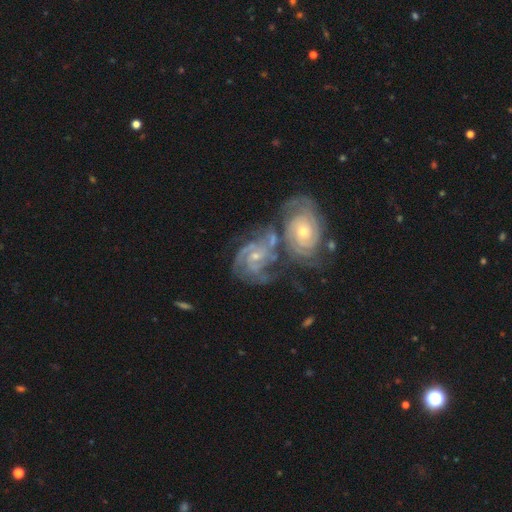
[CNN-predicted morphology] This appears to be a featured or disk galaxy (90%) with no bar (56%), 3 (41%) tight (59%) spiral arms (98%) and a small central bulge (64%). Merging: merger (56%).